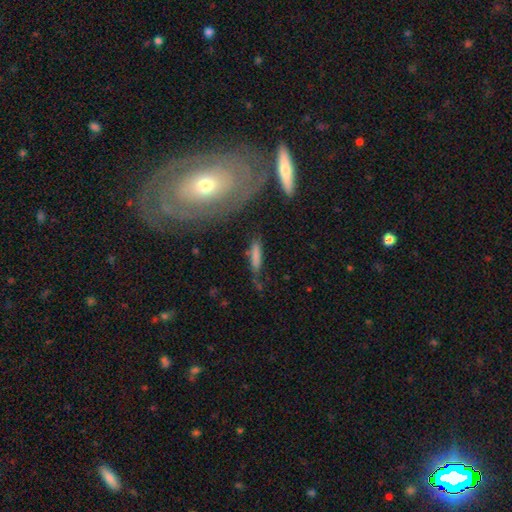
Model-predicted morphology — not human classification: A smooth galaxy with no disk features (74%) that is cigar-shaped (82%). Merging: none (64%).